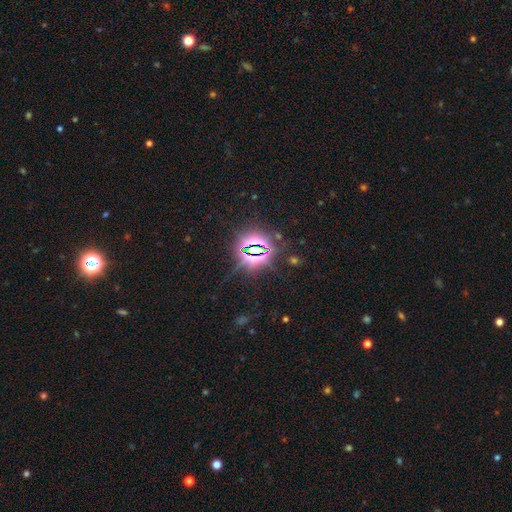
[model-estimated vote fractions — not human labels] smooth_or_featured: star or artifact (p=0.83) [alt: smooth p=0.09]